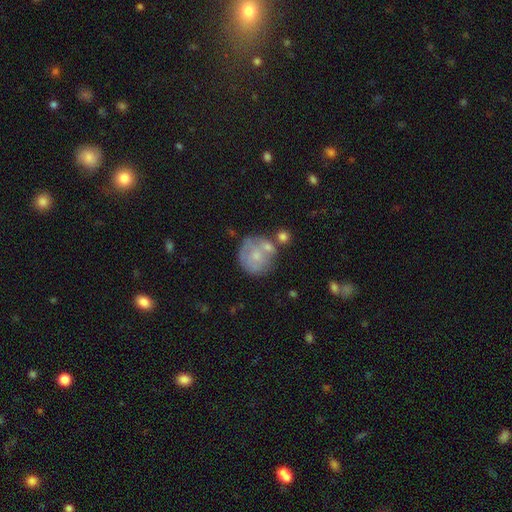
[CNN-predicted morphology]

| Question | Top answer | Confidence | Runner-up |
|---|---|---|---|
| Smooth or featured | smooth | 54% | featured or disk (38%) |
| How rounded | round | 85% | in between (14%) |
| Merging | none | 49% | minor disturbance (21%) |